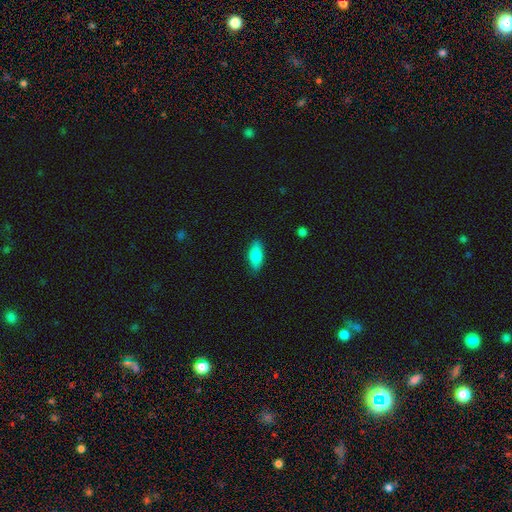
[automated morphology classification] The model was most divided on "how rounded": in between: 79%, cigar-shaped: 19%, round: 3%. More confident: merging — none (85%); smooth or featured — smooth (79%).